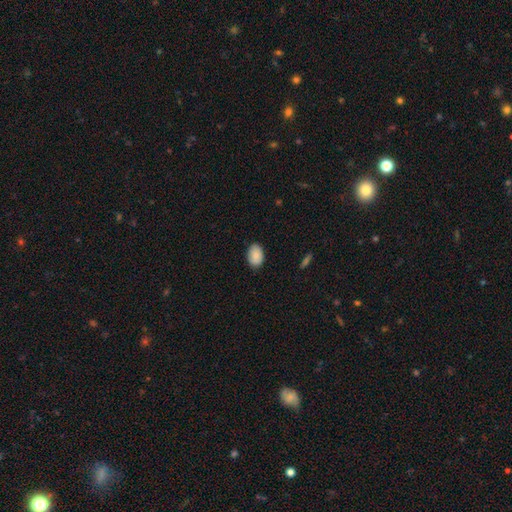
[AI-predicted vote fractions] A smooth galaxy with no disk features (88%) that is in between round and cigar-shaped (85%).

Vote fractions:
- Smooth or featured? smooth: 88% / star or artifact: 7% / featured or disk: 6%
- How rounded? in between: 85% / round: 14% / cigar-shaped: 1%
- Merging? none: 85% / minor disturbance: 12% / major disturbance: 2% / merger: 1%